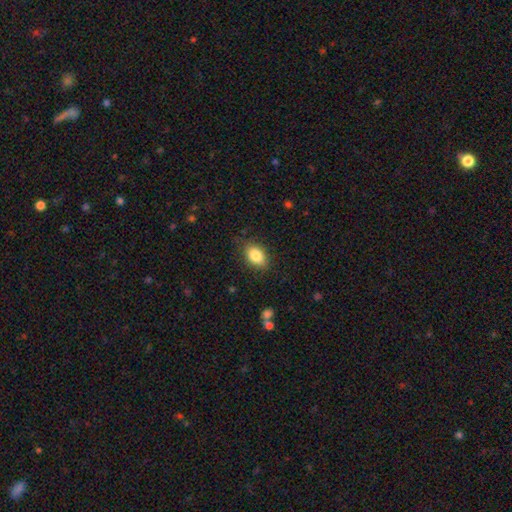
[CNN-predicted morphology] Smooth or featured: smooth — 83% (featured or disk — 8%)
How rounded: in between — 84% (round — 14%)
Merging: none — 83% (minor disturbance — 13%)